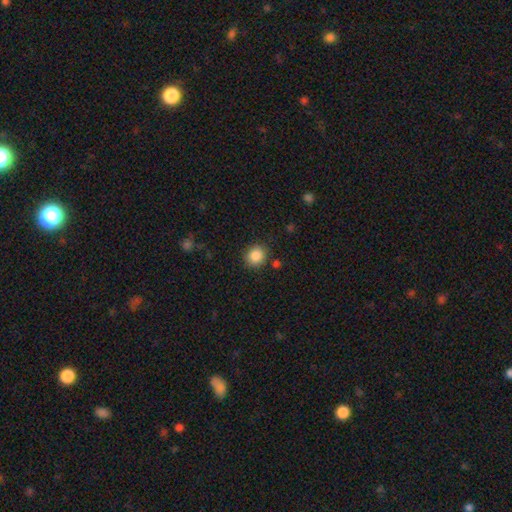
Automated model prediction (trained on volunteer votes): Q: Smooth or featured?
A: smooth (87%); runner-up: star or artifact (9%)
Q: How rounded?
A: round (78%); runner-up: in between (21%)
Q: Merging?
A: none (85%); runner-up: minor disturbance (9%)